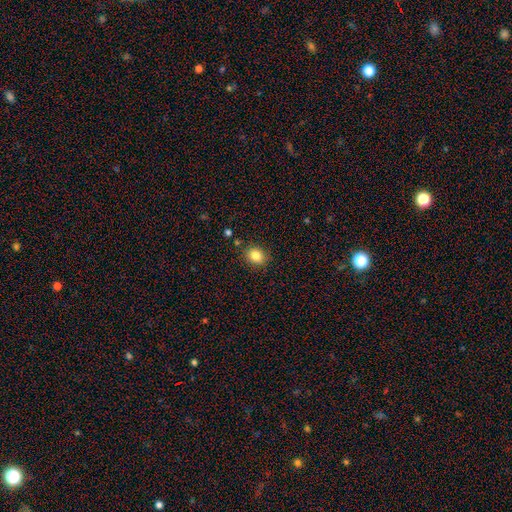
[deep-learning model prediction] Smooth or featured? Predicted: smooth (p=0.84). How rounded? Predicted: round (p=0.56). Merging? Predicted: none (p=0.86).